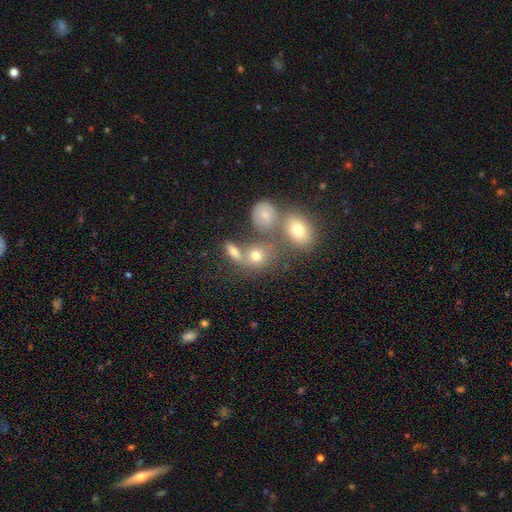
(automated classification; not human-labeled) Q: Smooth or featured?
A: smooth (66%); runner-up: featured or disk (18%)
Q: How rounded?
A: round (60%); runner-up: in between (37%)
Q: Merging?
A: none (46%); runner-up: merger (36%)